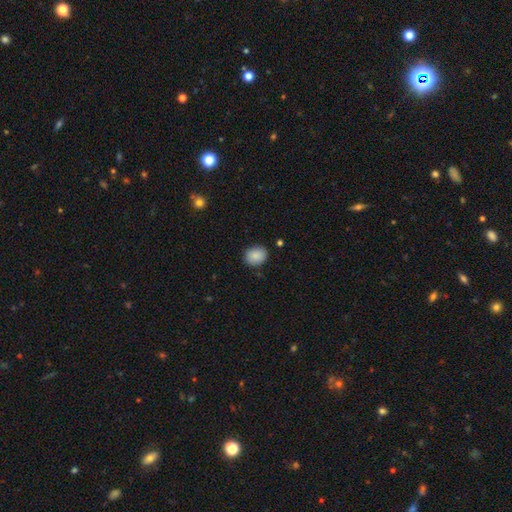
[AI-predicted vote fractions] Smooth or featured? Predicted: smooth (p=0.87). How rounded? Predicted: round (p=0.58). Merging? Predicted: none (p=0.86).